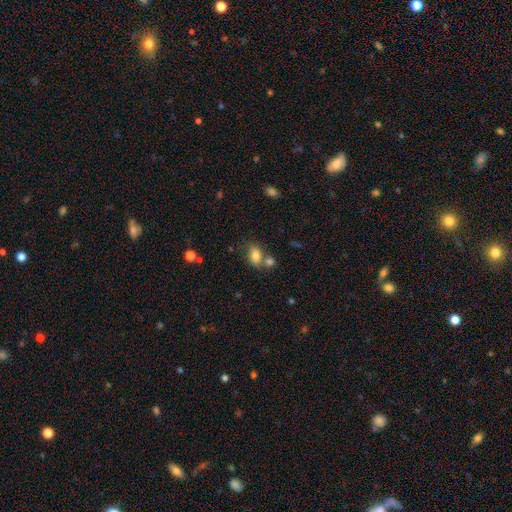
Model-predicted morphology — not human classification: Smooth or featured? smooth (78%)
How rounded? in between (73%)
Merging? none (48%)